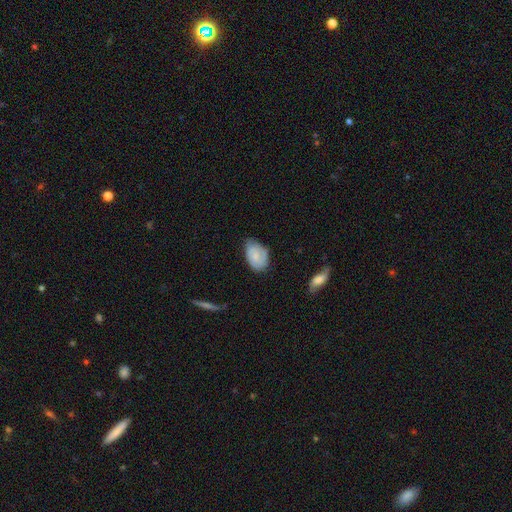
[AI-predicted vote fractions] Q: Smooth or featured?
A: smooth (52%); runner-up: featured or disk (41%)
Q: How rounded?
A: in between (86%); runner-up: round (12%)
Q: Merging?
A: none (52%); runner-up: minor disturbance (37%)